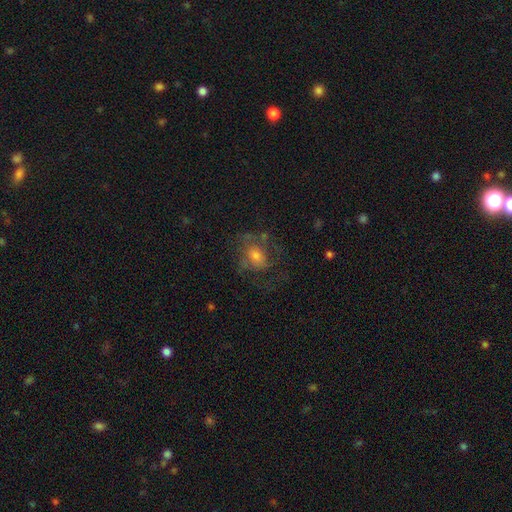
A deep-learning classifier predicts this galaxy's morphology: featured or disk 47%, smooth 40%, star or artifact 13%. Down the decision tree: merging — none (47%).